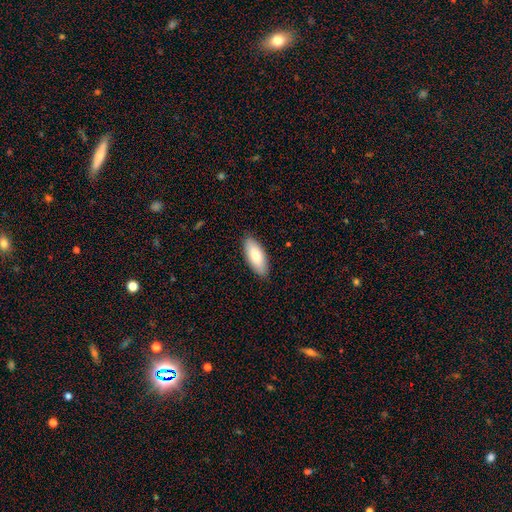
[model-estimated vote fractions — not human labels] This is clearly a smooth galaxy (80%). How rounded: clearly in between (82%). Merging: clearly none (87%).